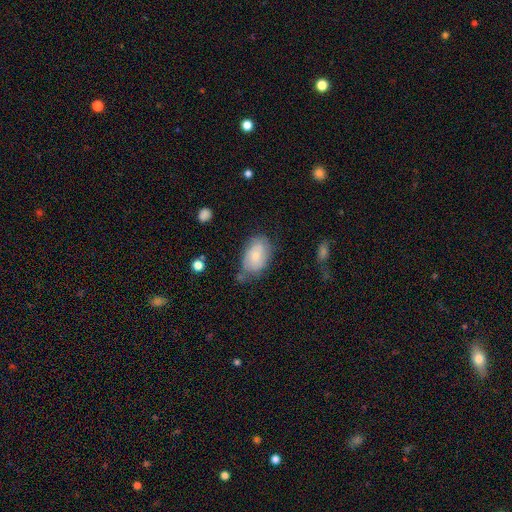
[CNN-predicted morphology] A smooth galaxy with no disk features (70%) that is in between round and cigar-shaped (92%). Merging: none (60%).